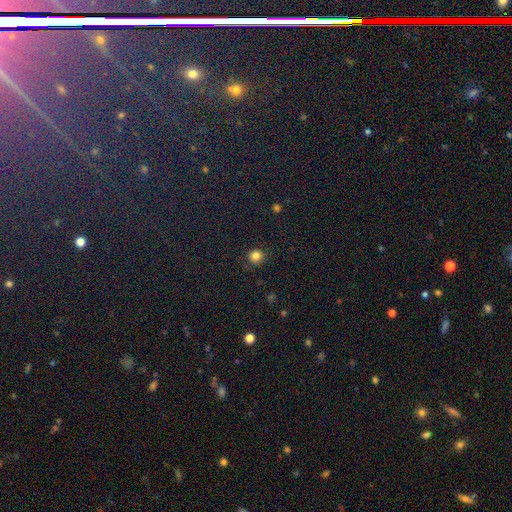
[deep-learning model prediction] Q: Smooth or featured?
A: smooth (83%); runner-up: star or artifact (13%)
Q: How rounded?
A: round (91%); runner-up: in between (8%)
Q: Merging?
A: none (89%); runner-up: minor disturbance (7%)